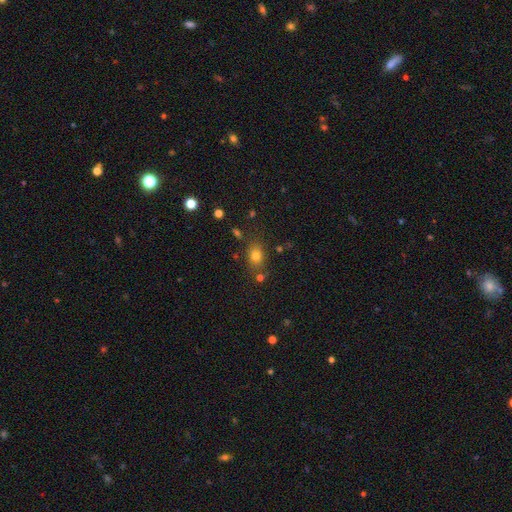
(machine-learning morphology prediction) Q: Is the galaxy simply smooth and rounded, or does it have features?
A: smooth — 76%.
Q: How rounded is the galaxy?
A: in between — 64%.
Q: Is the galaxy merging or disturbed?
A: none — 76%.